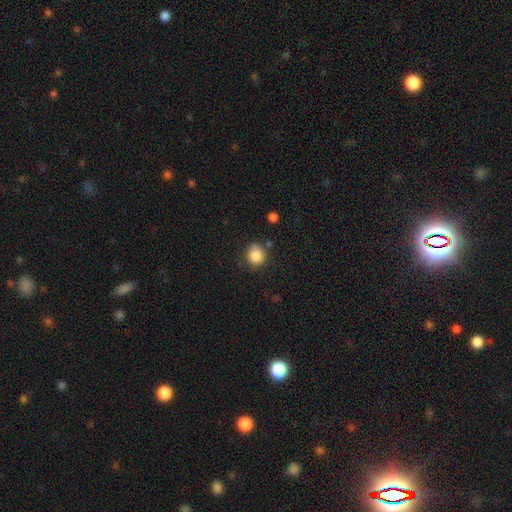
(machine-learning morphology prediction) smooth-or-featured: smooth: 85% | star or artifact: 10% | featured or disk: 5%
  how-rounded: round: 86% | in between: 13% | cigar-shaped: 1%
  merging: none: 76% | minor disturbance: 15% | merger: 5% | major disturbance: 4%